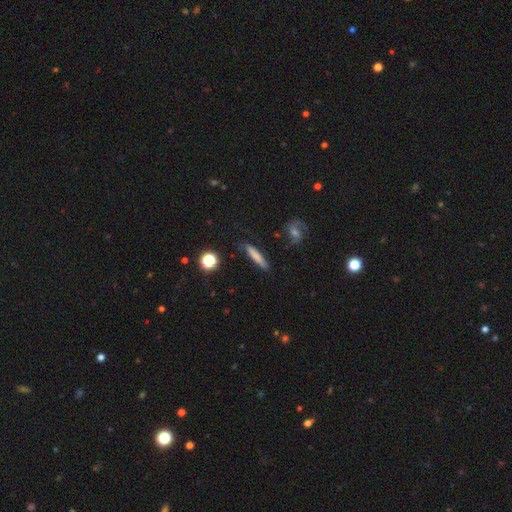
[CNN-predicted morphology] This is likely a smooth galaxy (74%). How rounded: clearly cigar-shaped (88%). Merging: likely none (78%).